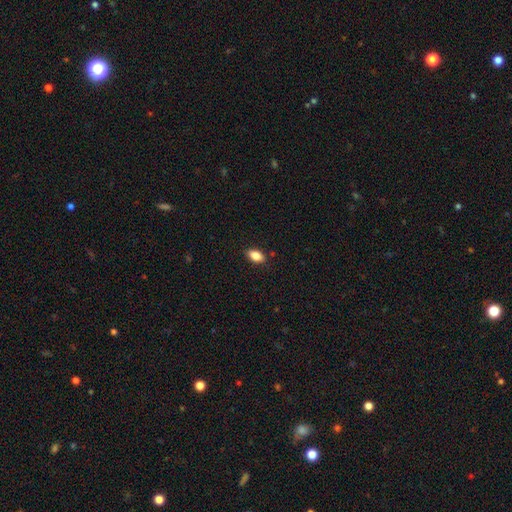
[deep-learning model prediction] Smooth or featured: smooth — 84% (star or artifact — 8%)
How rounded: in between — 89% (round — 6%)
Merging: none — 87% (minor disturbance — 10%)